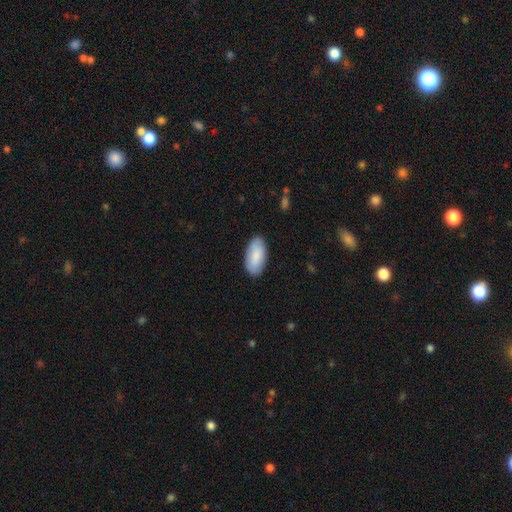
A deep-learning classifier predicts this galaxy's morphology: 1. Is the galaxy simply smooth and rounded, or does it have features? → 86% smooth, 9% featured or disk, 5% star or artifact.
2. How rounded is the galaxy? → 94% in between, 4% cigar-shaped, 2% round.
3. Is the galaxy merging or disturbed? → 86% none, 10% minor disturbance, 2% major disturbance, 1% merger.